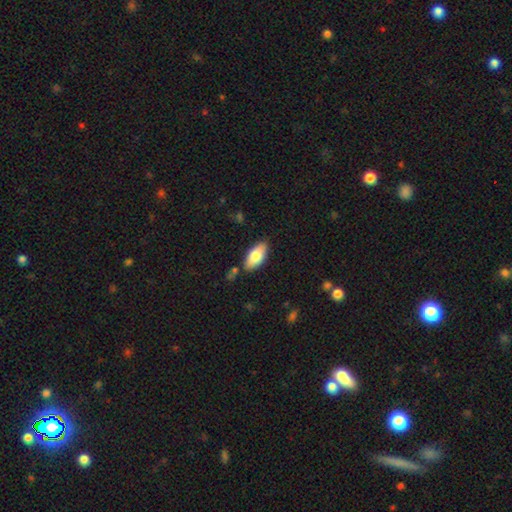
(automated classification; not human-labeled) Overall: smooth (77%). How rounded: in between (89%). Merging: none (82%).